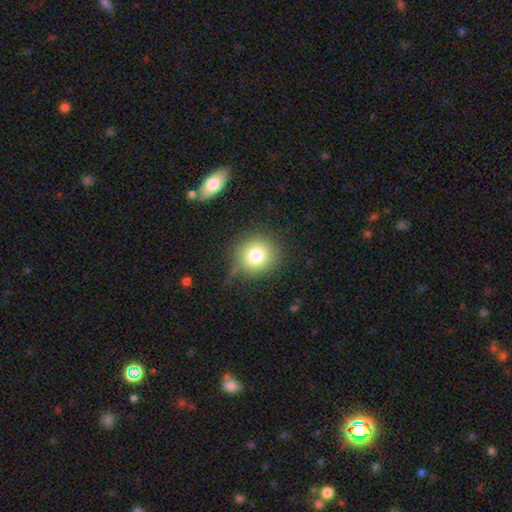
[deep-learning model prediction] A smooth galaxy with no disk features (79%) that is round (88%).

Vote fractions:
- Smooth or featured? smooth: 79% / star or artifact: 11% / featured or disk: 10%
- How rounded? round: 88% / in between: 11% / cigar-shaped: 1%
- Merging? none: 76% / minor disturbance: 15% / major disturbance: 6% / merger: 3%